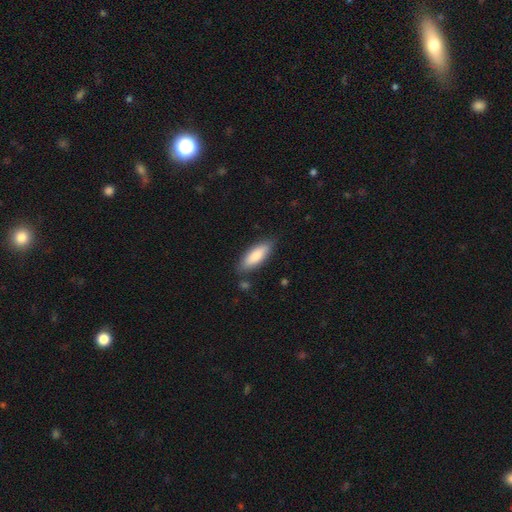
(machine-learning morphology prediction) Smooth or featured?
  - smooth: 84% *
  - featured or disk: 10%
  - star or artifact: 5%
How rounded?
  - in between: 65% *
  - cigar-shaped: 33%
  - round: 2%
Merging?
  - none: 81% *
  - minor disturbance: 13%
  - merger: 3%
  - major disturbance: 3%